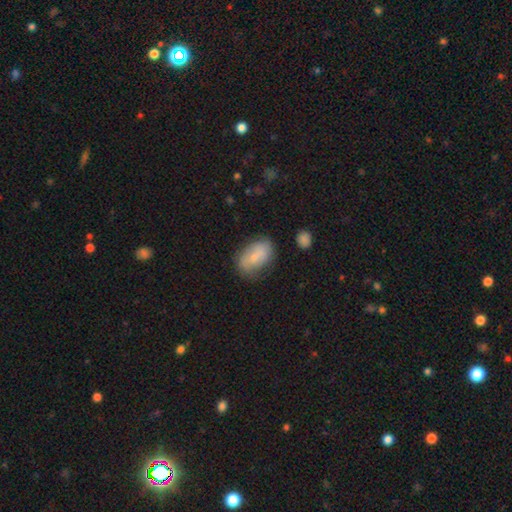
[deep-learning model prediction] Overall: smooth (73%). How rounded: in between (89%). Merging: none (67%).